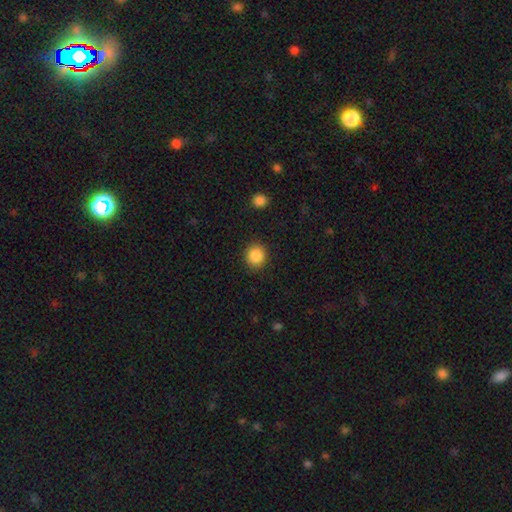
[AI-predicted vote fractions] A smooth galaxy with no disk features (87%) that is round (85%).

Vote fractions:
- Smooth or featured? smooth: 87% / star or artifact: 9% / featured or disk: 4%
- How rounded? round: 85% / in between: 14% / cigar-shaped: 1%
- Merging? none: 90% / minor disturbance: 6% / major disturbance: 2% / merger: 1%